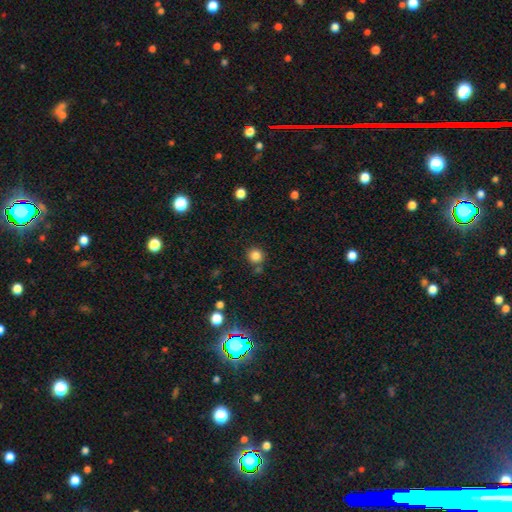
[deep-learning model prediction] A smooth galaxy with no disk features (83%) that is round (92%).

Vote fractions:
- Smooth or featured? smooth: 83% / star or artifact: 12% / featured or disk: 5%
- How rounded? round: 92% / in between: 7% / cigar-shaped: 1%
- Merging? none: 79% / minor disturbance: 9% / merger: 8% / major disturbance: 3%